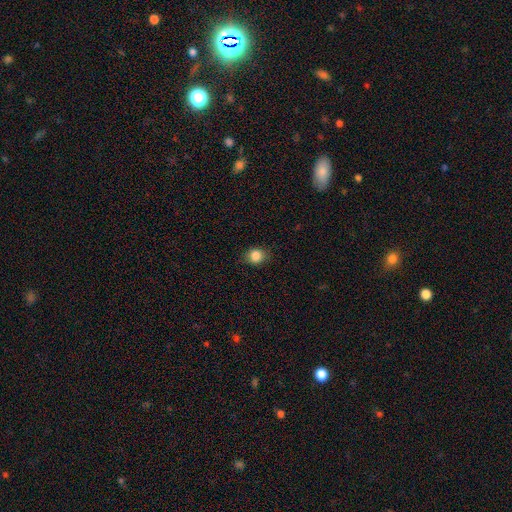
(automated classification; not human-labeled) smooth 85%, star or artifact 10%, featured or disk 5%. Down the decision tree: how rounded — round (68%); merging — none (83%).